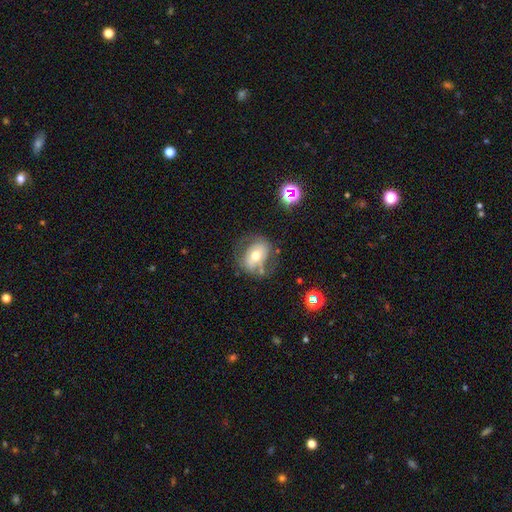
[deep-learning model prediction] Smooth or featured?
  - smooth: 46% *
  - featured or disk: 44%
  - star or artifact: 10%
Merging?
  - none: 58% *
  - minor disturbance: 22%
  - major disturbance: 14%
  - merger: 6%